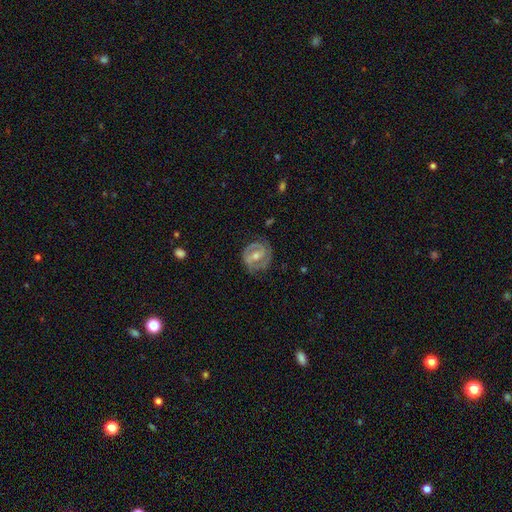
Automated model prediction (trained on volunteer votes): A featured or disk galaxy (83%) with a weak bar (45%), 2 (81%) tight (63%) spiral arms (92%) and a moderate central bulge (60%).

Vote fractions:
- Smooth or featured? featured or disk: 83% / smooth: 11% / star or artifact: 6%
- Edge-on disk? no: 97% / yes: 3%
- Bar? weak: 45% / strong: 31% / no: 24%
- Spiral arms? yes: 92% / no: 8%
- Spiral winding? tight: 63% / medium: 31% / loose: 6%
- Spiral arm count? 2: 81% / can't tell: 9% / 3: 5% / 1: 3% / 4: 1% / more than 4: 1%
- Bulge size? moderate: 60% / small: 35% / large: 2% / none: 1% / dominant: 1%
- Merging? none: 81% / minor disturbance: 13% / major disturbance: 5% / merger: 1%